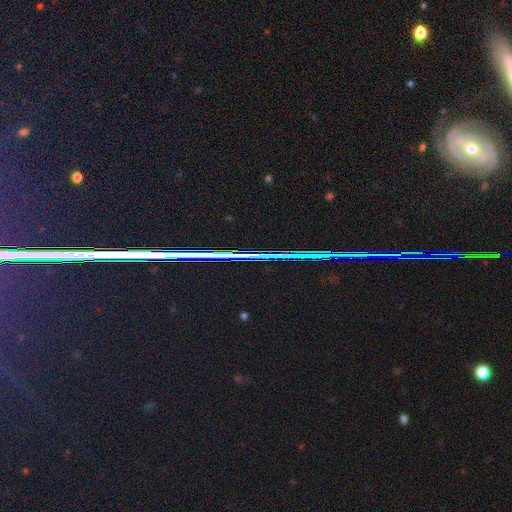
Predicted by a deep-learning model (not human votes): The model was most divided on "smooth or featured": star or artifact: 83%, featured or disk: 10%, smooth: 7%.